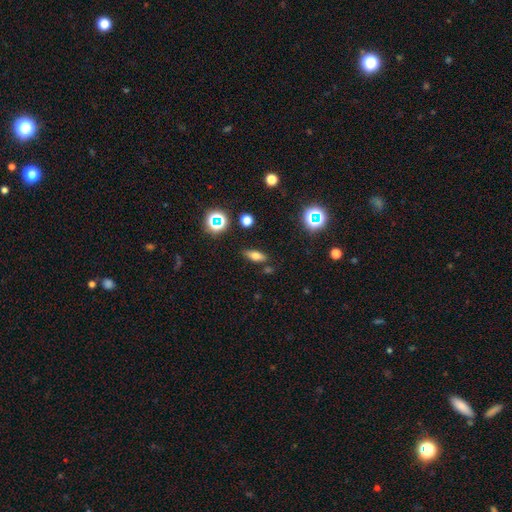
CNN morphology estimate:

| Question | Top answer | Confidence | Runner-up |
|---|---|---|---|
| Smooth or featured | smooth | 66% | featured or disk (19%) |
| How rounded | in between | 69% | cigar-shaped (24%) |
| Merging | none | 82% | minor disturbance (11%) |